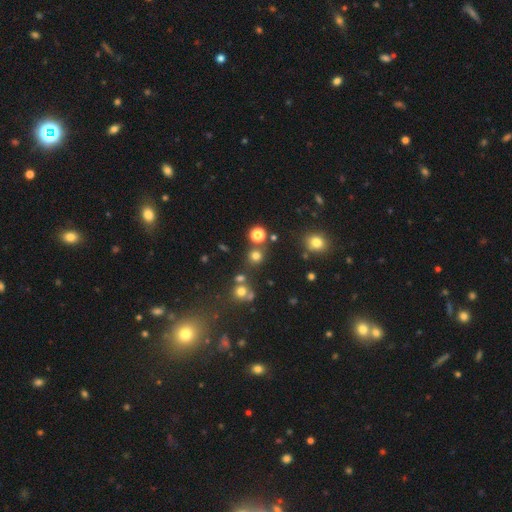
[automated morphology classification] A smooth galaxy with no disk features (72%) that is round (90%).

Vote fractions:
- Smooth or featured? smooth: 72% / star or artifact: 21% / featured or disk: 7%
- How rounded? round: 90% / in between: 9% / cigar-shaped: 1%
- Merging? none: 77% / merger: 12% / minor disturbance: 8% / major disturbance: 3%